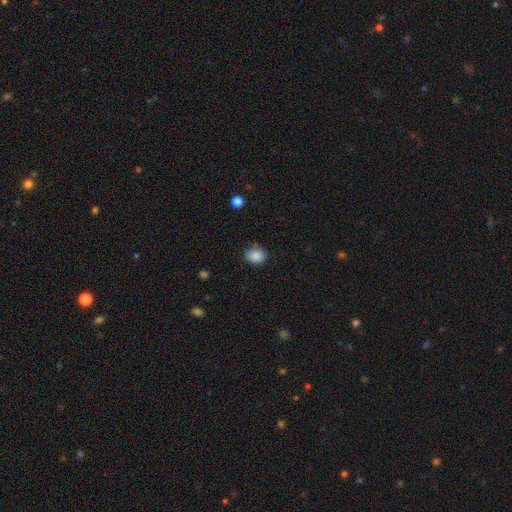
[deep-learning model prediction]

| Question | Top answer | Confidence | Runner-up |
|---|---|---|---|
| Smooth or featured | smooth | 87% | star or artifact (9%) |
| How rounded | round | 57% | in between (42%) |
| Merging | none | 79% | minor disturbance (16%) |